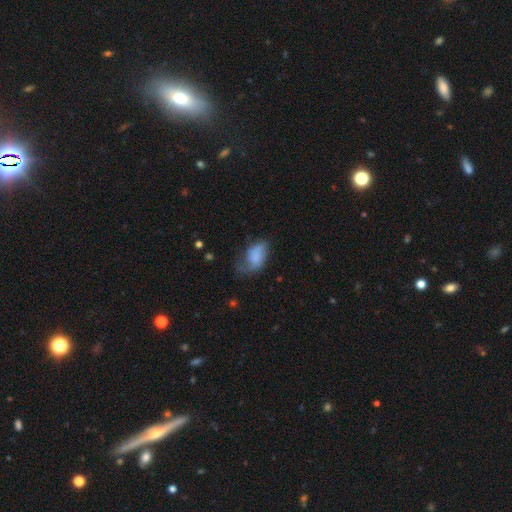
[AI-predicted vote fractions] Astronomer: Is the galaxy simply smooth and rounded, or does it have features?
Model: smooth — 61%.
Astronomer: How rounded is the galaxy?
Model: in between — 89%.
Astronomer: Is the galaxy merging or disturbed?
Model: none — 35% (runner-up: minor disturbance, 33%).